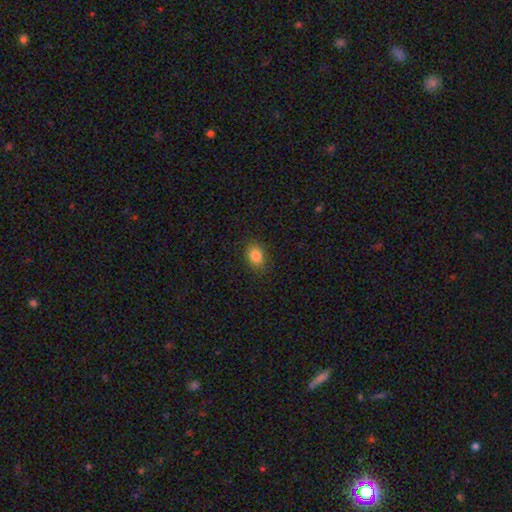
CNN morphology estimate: Smooth or featured? Predicted: smooth (p=0.84). How rounded? Predicted: in between (p=0.65). Merging? Predicted: none (p=0.86).